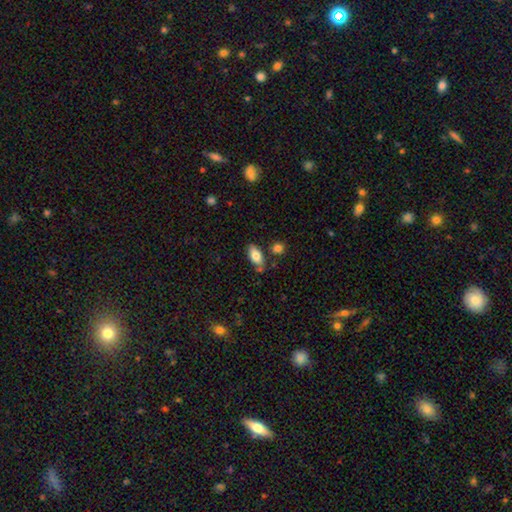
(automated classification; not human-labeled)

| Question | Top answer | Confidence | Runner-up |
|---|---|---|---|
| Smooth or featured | smooth | 80% | featured or disk (13%) |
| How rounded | in between | 89% | cigar-shaped (8%) |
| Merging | none | 72% | minor disturbance (16%) |